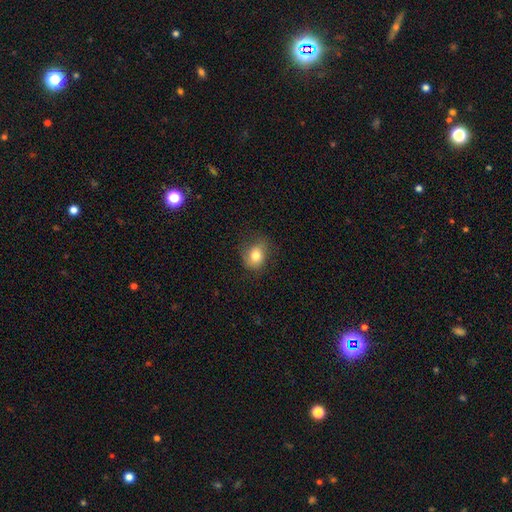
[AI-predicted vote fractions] Smooth or featured?
  - smooth: 77% *
  - featured or disk: 12%
  - star or artifact: 10%
How rounded?
  - round: 55% *
  - in between: 44%
  - cigar-shaped: 1%
Merging?
  - none: 68% *
  - minor disturbance: 23%
  - major disturbance: 8%
  - merger: 1%